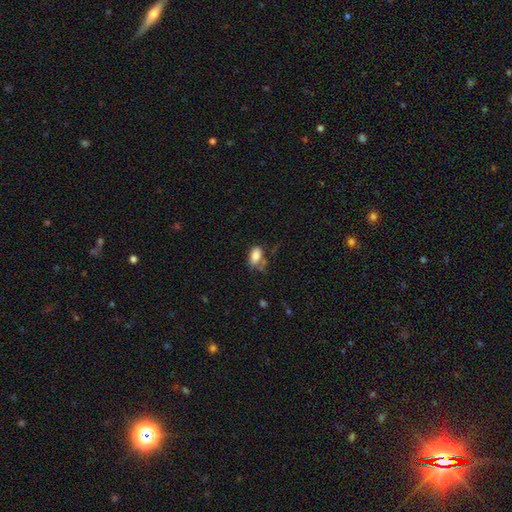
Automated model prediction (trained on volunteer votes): Smooth or featured? Predicted: smooth (p=0.82). How rounded? Predicted: in between (p=0.91). Merging? Predicted: none (p=0.50).